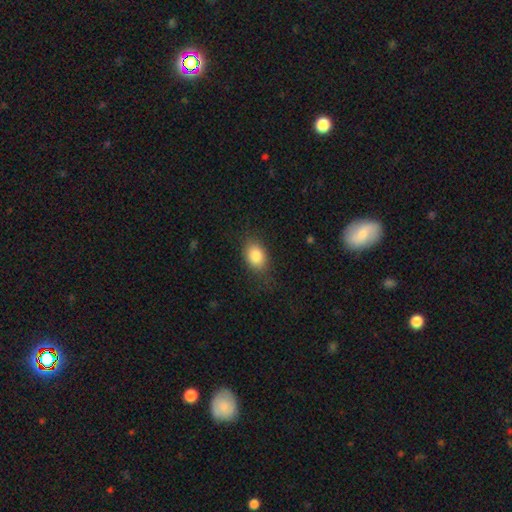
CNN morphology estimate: Smooth or featured?
  - smooth: 84% *
  - star or artifact: 8%
  - featured or disk: 8%
How rounded?
  - in between: 77% *
  - round: 22%
  - cigar-shaped: 1%
Merging?
  - none: 76% *
  - minor disturbance: 17%
  - major disturbance: 6%
  - merger: 1%